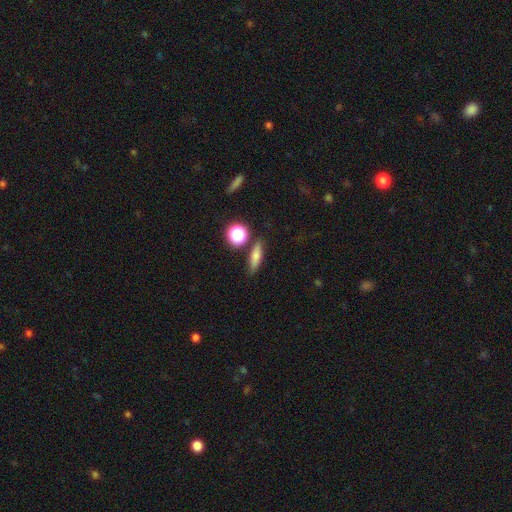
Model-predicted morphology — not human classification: type=smooth (66%); roundness=cigar-shaped (51%); merging=none (80%).